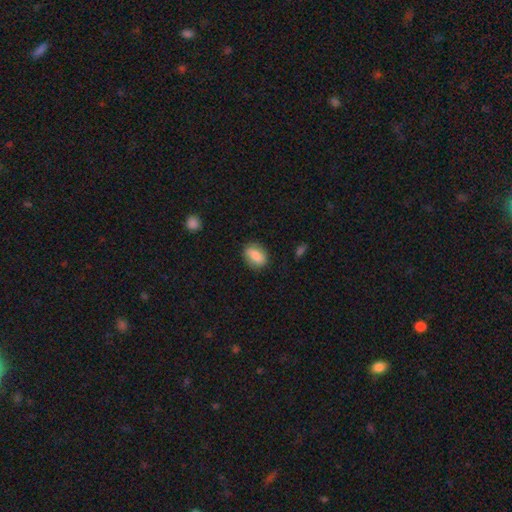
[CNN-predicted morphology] Smooth or featured?
  - smooth: 81% *
  - featured or disk: 12%
  - star or artifact: 7%
How rounded?
  - in between: 80% *
  - round: 16%
  - cigar-shaped: 4%
Merging?
  - none: 81% *
  - minor disturbance: 14%
  - major disturbance: 4%
  - merger: 1%